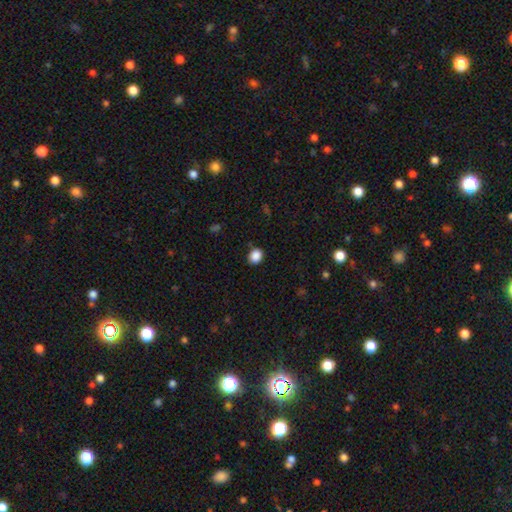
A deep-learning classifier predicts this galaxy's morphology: Overall: smooth (88%). How rounded: round (65%; in between 34%). Merging: none (87%).